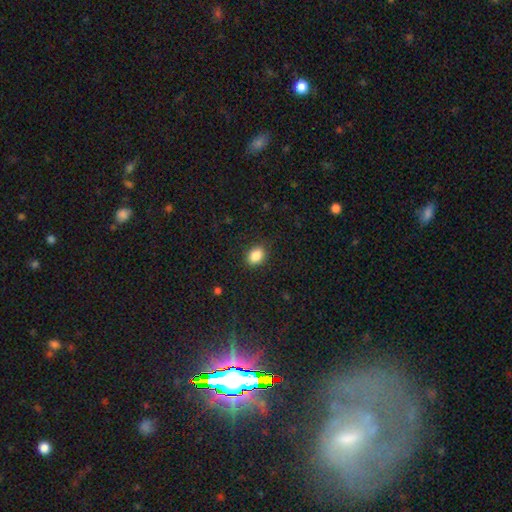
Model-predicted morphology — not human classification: Overall: smooth (87%). How rounded: in between (71%). Merging: none (88%).